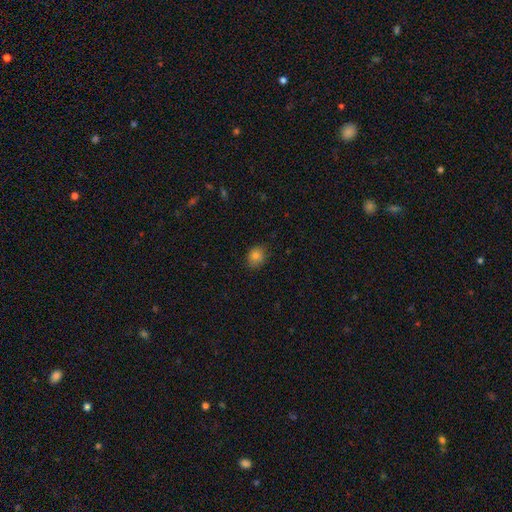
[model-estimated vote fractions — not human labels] smooth 81%, star or artifact 11%, featured or disk 8%. Down the decision tree: how rounded — round (60%); merging — none (80%).